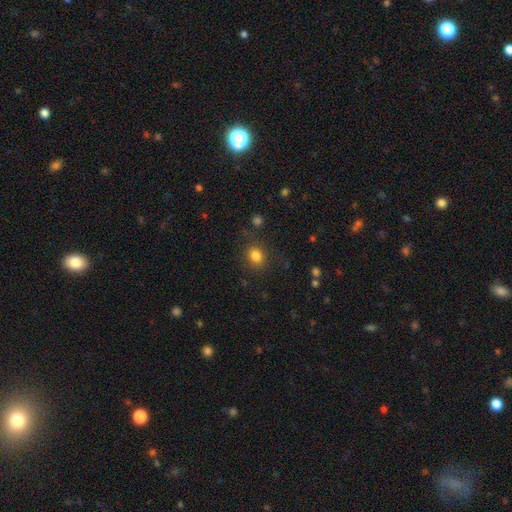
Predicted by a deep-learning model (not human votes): Q: Smooth or featured?
A: smooth (82%); runner-up: star or artifact (12%)
Q: How rounded?
A: round (59%); runner-up: in between (40%)
Q: Merging?
A: none (82%); runner-up: minor disturbance (12%)